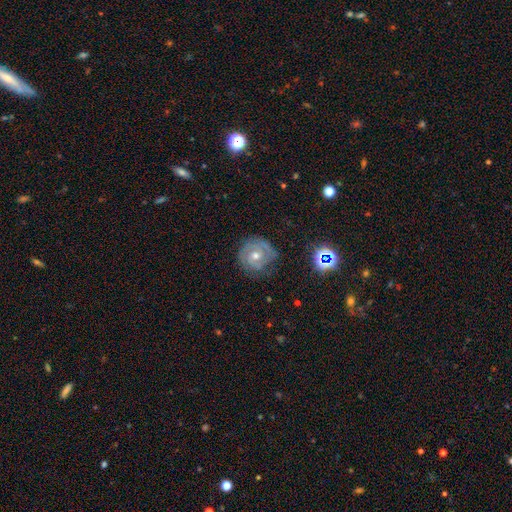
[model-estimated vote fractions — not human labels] This appears to be a featured or disk galaxy (75%) with no bar (71%), 2 (45%) tight (71%) spiral arms (89%) and a moderate central bulge (64%). Merging: none (72%).